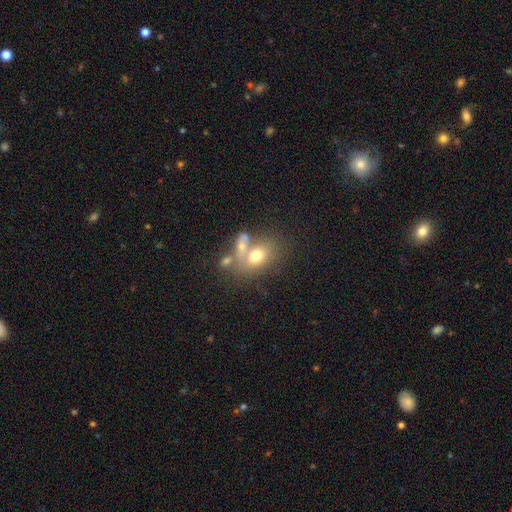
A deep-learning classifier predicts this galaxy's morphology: smooth_or_featured: smooth (p=0.67) [alt: featured or disk p=0.22]
how_rounded: in between (p=0.70) [alt: round p=0.28]
merging: merger (p=0.41) [alt: none p=0.36]